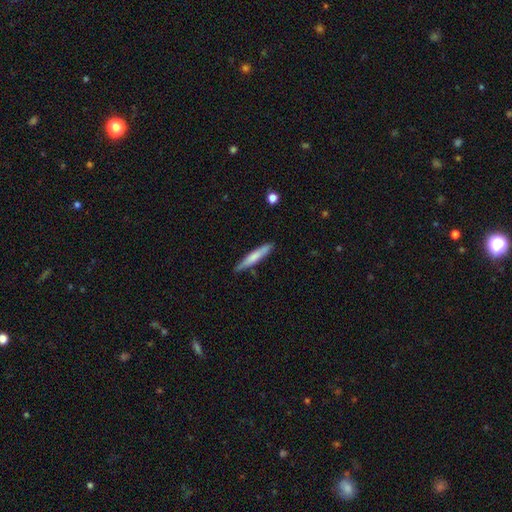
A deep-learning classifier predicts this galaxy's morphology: This appears to be a smooth galaxy with no disk features (68%) that is cigar-shaped (92%). Merging: none (82%).